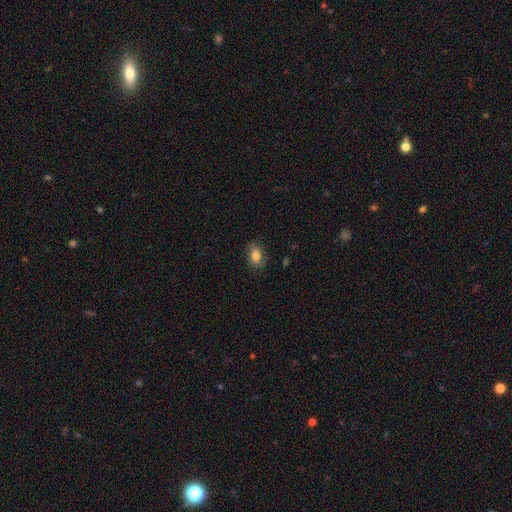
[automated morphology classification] Smooth or featured? Predicted: smooth (p=0.75). How rounded? Predicted: in between (p=0.77). Merging? Predicted: none (p=0.77).